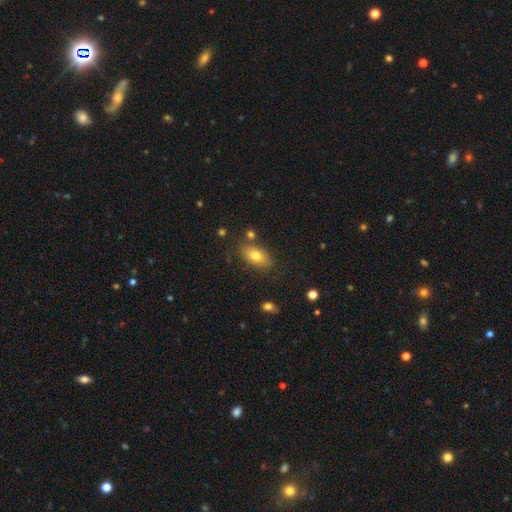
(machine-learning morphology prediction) smooth-or-featured: smooth: 75% | featured or disk: 16% | star or artifact: 9%
  how-rounded: in between: 87% | round: 8% | cigar-shaped: 5%
  merging: none: 78% | minor disturbance: 13% | merger: 5% | major disturbance: 3%